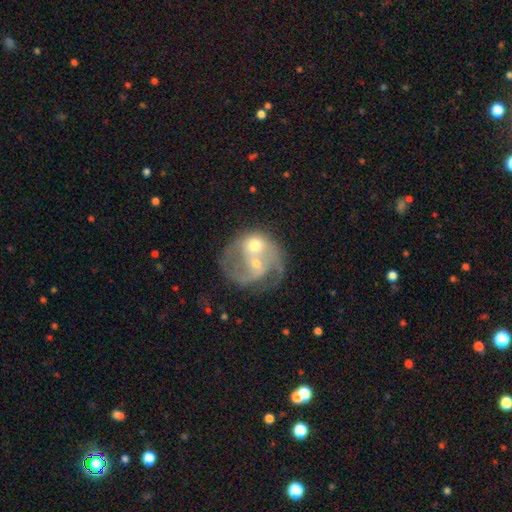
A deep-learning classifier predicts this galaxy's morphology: Smooth or featured? featured or disk (74%)
Edge-on disk? no (98%)
Bar? no (63%)
Spiral arms? yes (78%)
Spiral winding? medium (43%)
Spiral arm count? 2 (55%)
Bulge size? moderate (45%, tied with small)
Merging? merger (65%)